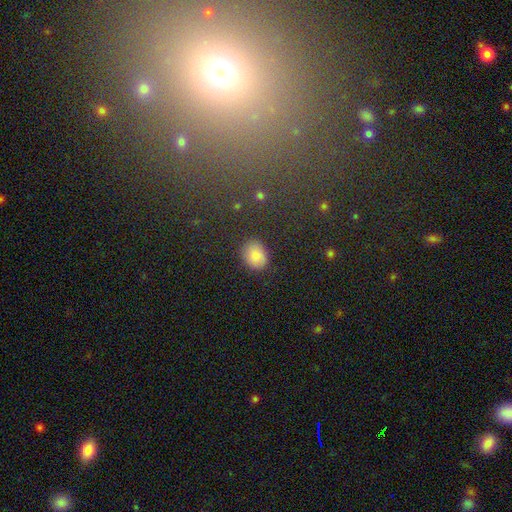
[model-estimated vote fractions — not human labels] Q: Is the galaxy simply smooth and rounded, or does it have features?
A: smooth — 84%.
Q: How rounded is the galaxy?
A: round — 50%.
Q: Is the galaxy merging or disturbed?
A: none — 83%.